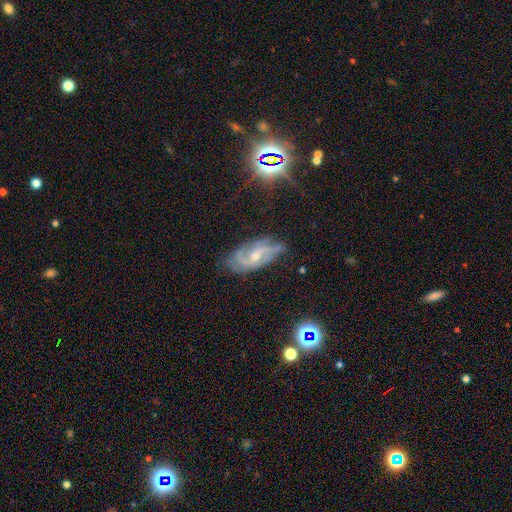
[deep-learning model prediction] Q: Smooth or featured?
A: featured or disk (80%); runner-up: star or artifact (11%)
Q: Edge-on disk?
A: no (94%); runner-up: yes (6%)
Q: Bar?
A: no (54%); runner-up: weak (36%)
Q: Spiral arms?
A: yes (95%); runner-up: no (5%)
Q: Spiral winding?
A: medium (45%); runner-up: tight (36%)
Q: Spiral arm count?
A: 2 (44%); runner-up: 3 (21%)
Q: Bulge size?
A: small (56%); runner-up: moderate (41%)
Q: Merging?
A: none (68%); runner-up: minor disturbance (23%)